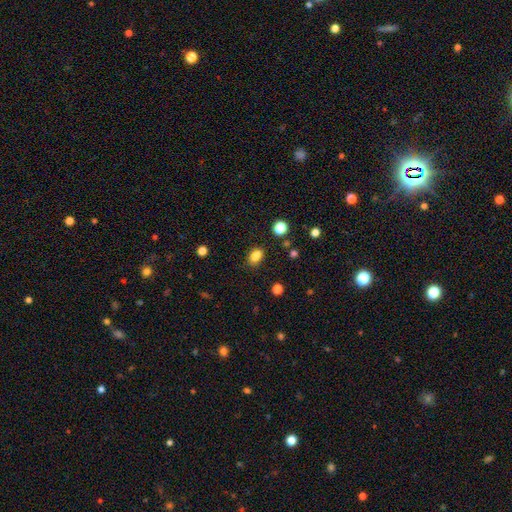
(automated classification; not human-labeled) Smooth or featured? Predicted: smooth (p=0.83). How rounded? Predicted: in between (p=0.78). Merging? Predicted: none (p=0.77).